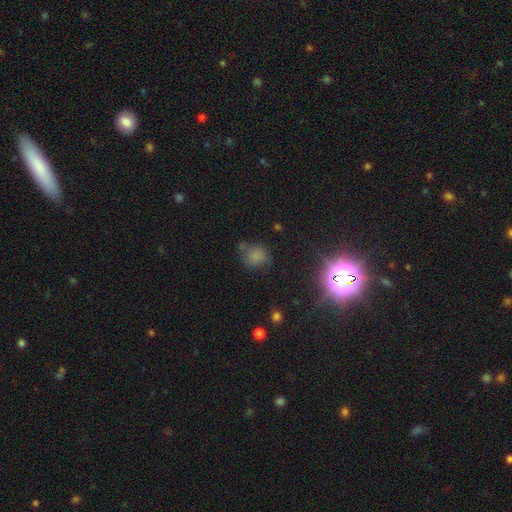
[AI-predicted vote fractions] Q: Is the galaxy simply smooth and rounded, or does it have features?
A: smooth — 69%.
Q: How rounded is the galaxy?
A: round — 69%.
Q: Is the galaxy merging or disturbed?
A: none — 57%.